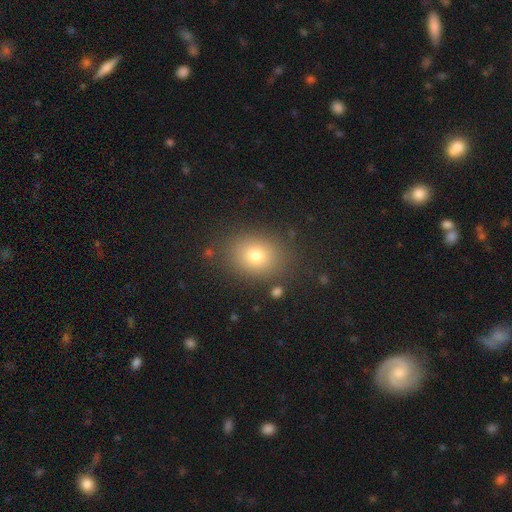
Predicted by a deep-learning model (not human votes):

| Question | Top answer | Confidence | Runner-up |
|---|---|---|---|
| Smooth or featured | smooth | 76% | star or artifact (13%) |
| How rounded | in between | 51% | round (48%) |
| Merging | none | 84% | minor disturbance (10%) |